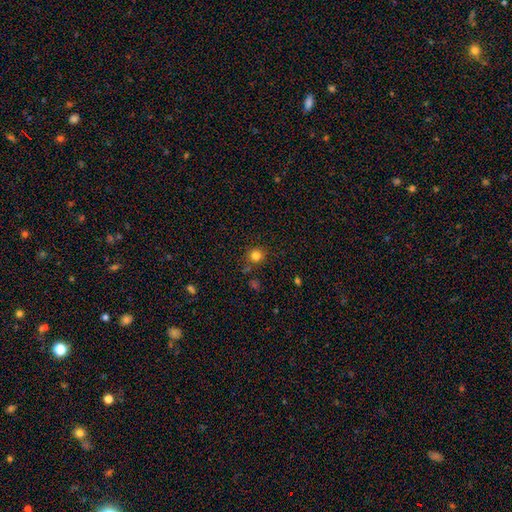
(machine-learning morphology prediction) This is clearly a smooth galaxy (81%). How rounded: clearly round (90%). Merging: clearly none (82%).